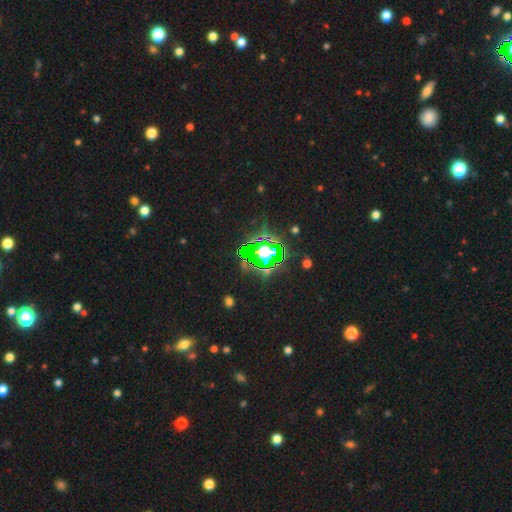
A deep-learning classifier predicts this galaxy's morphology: Overall: star or artifact (77%).